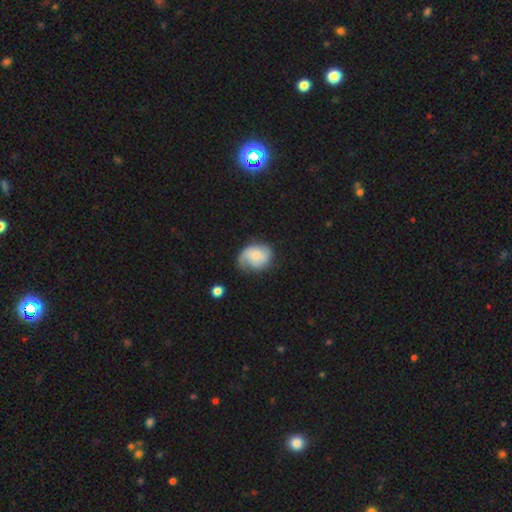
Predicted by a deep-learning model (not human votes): Overall: smooth (48%; featured or disk 45%). Merging: none (48%; minor disturbance 33%).